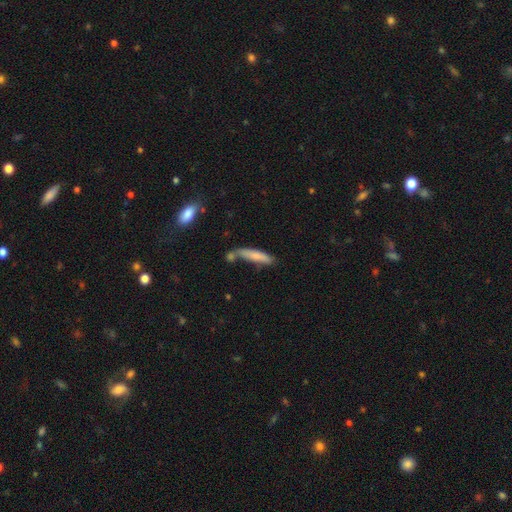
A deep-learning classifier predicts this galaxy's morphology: A smooth galaxy with no disk features (72%) that is cigar-shaped (79%). Merging: none (48%).